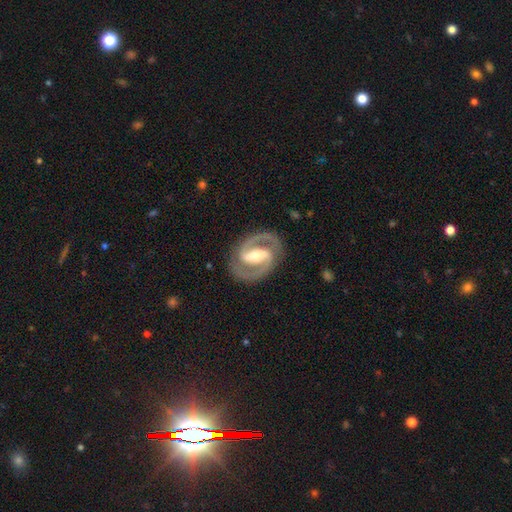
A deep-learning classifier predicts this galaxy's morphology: Smooth or featured? featured or disk (93%)
Edge-on disk? no (98%)
Bar? strong (68%)
Spiral arms? yes (98%)
Spiral winding? medium (54%)
Spiral arm count? 2 (94%)
Bulge size? moderate (59%)
Merging? none (87%)